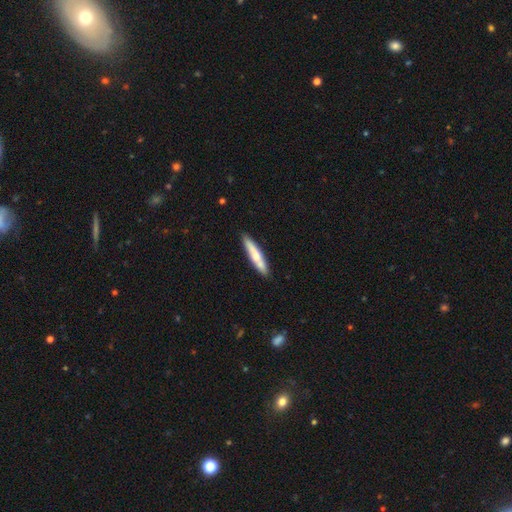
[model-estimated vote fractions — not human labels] This is likely a smooth galaxy (61%). How rounded: clearly cigar-shaped (89%). Merging: likely none (80%).